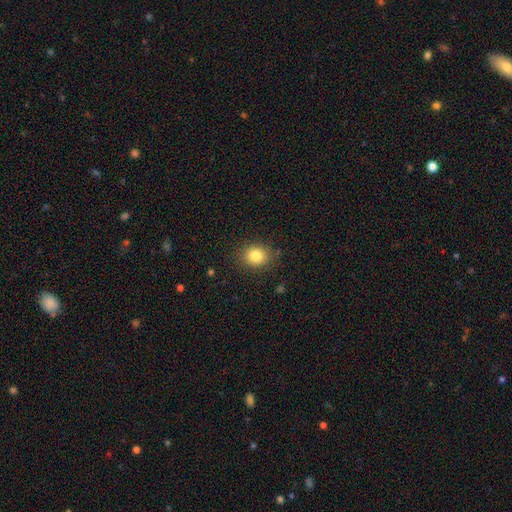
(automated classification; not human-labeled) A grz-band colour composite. It shows a smooth galaxy with no disk features (82%) that is round (64%). Merging: none (85%).